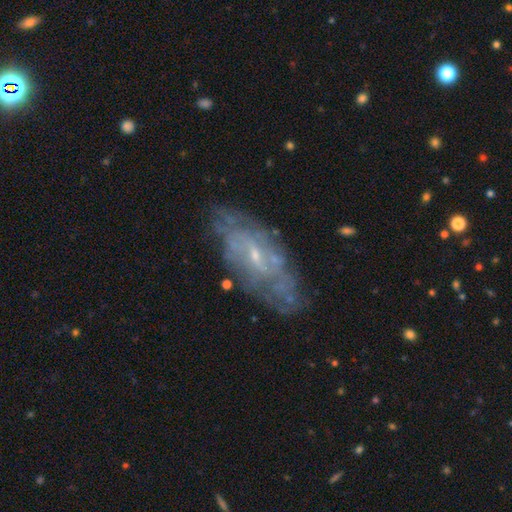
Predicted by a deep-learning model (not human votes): Morphology: type=featured or disk (74%); edge-on=no (87%); bar=weak (46%); spiral arms=yes (69%); bulge=small (74%); merging=none (70%).